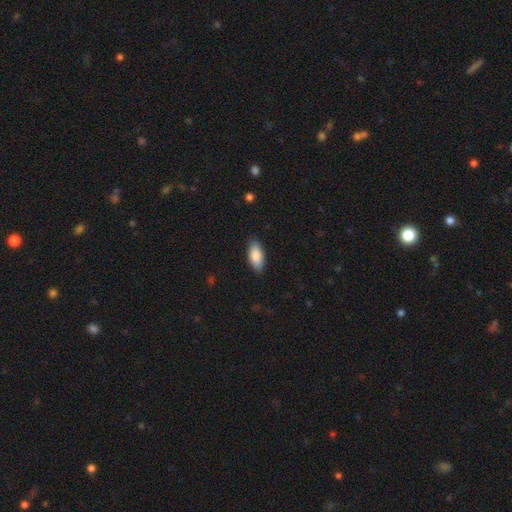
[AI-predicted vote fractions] Smooth or featured? Predicted: smooth (p=0.86). How rounded? Predicted: in between (p=0.88). Merging? Predicted: none (p=0.86).